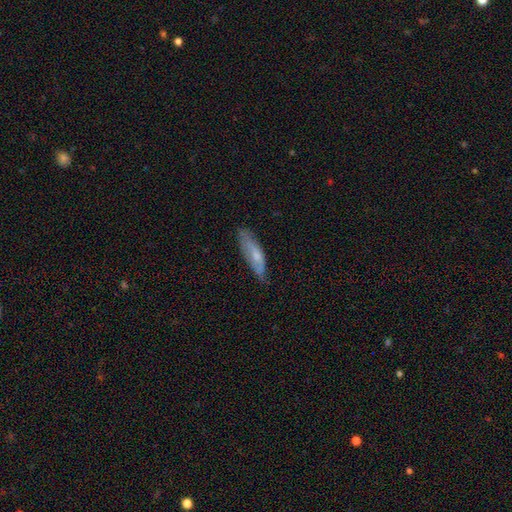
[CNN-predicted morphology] This appears to be a smooth galaxy with no disk features (60%) that is cigar-shaped (57%). Merging: none (64%).